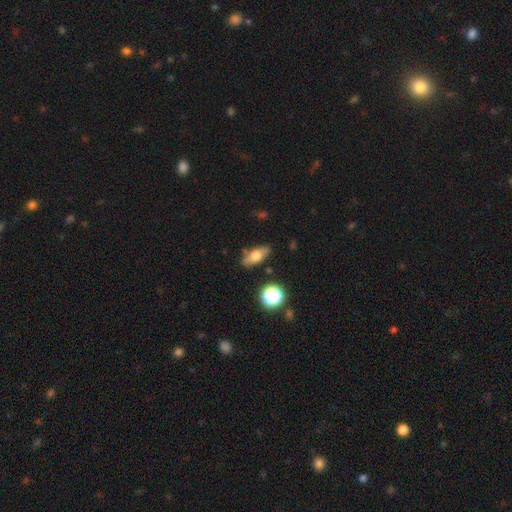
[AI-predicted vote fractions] Smooth or featured? smooth (68%)
How rounded? in between (76%)
Merging? none (80%)